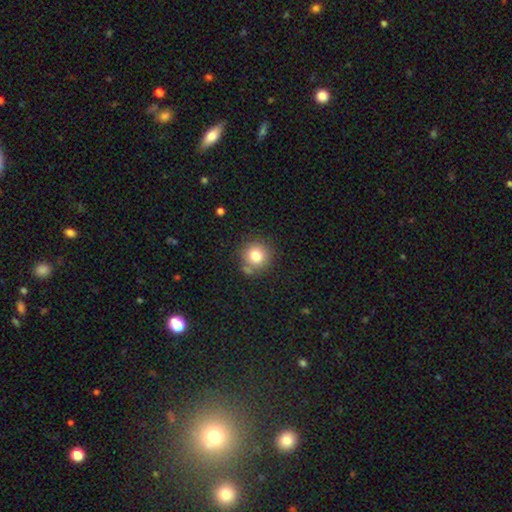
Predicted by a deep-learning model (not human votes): Smooth or featured: smooth — 80% (star or artifact — 11%)
How rounded: round — 92% (in between — 7%)
Merging: none — 76% (minor disturbance — 12%)